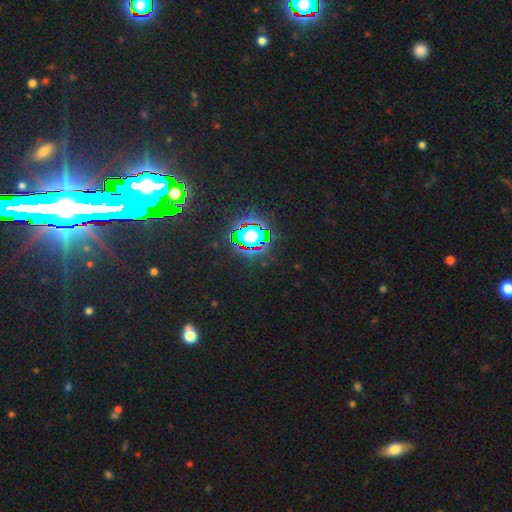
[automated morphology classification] Smooth or featured? star or artifact (75%)